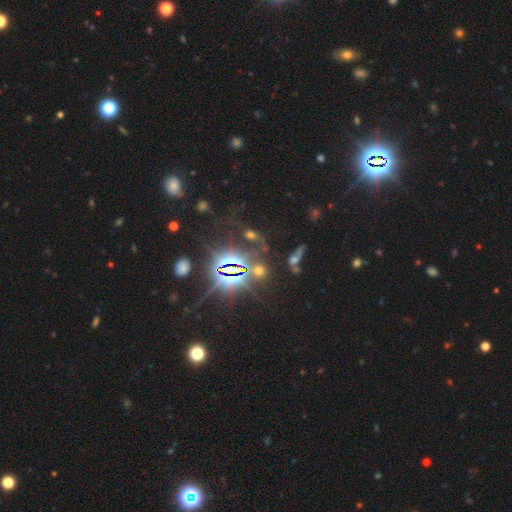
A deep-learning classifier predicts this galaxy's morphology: Smooth or featured? Predicted: star or artifact (p=0.81).